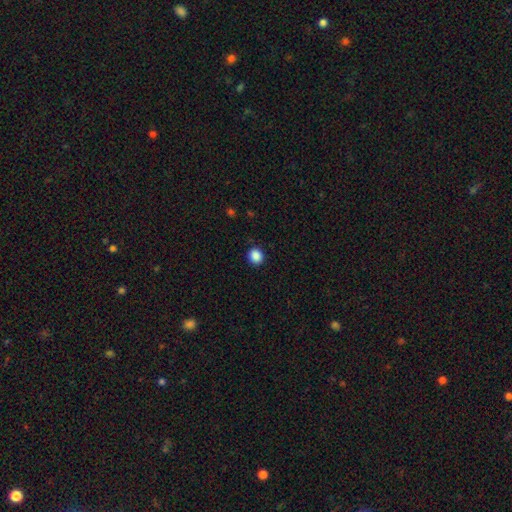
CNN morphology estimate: This appears to be a smooth galaxy with no disk features (88%) that is round (86%). Merging: none (91%).